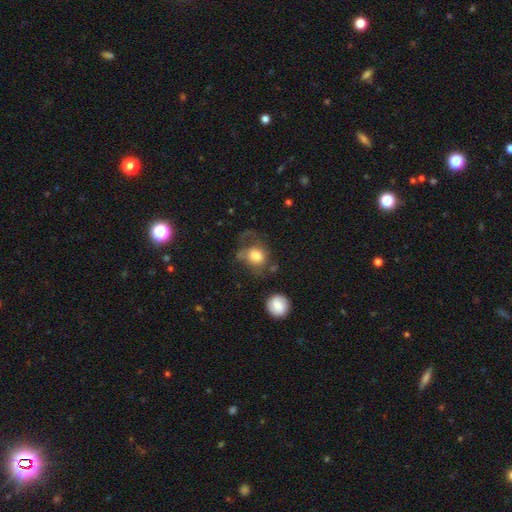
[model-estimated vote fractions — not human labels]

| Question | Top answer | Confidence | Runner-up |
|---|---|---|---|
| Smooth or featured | smooth | 71% | featured or disk (20%) |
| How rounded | round | 64% | in between (35%) |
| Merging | major disturbance | 44% | none (30%) |